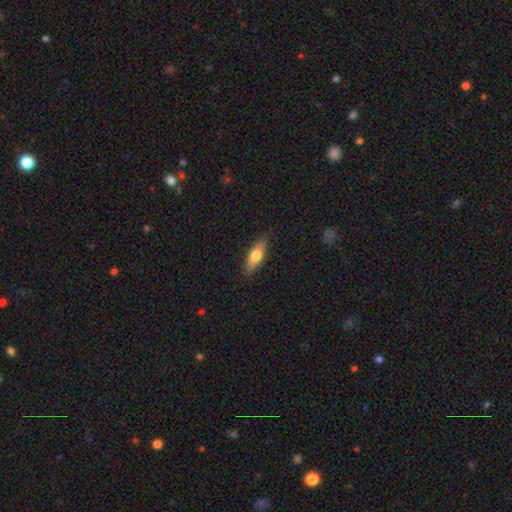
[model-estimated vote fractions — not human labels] This appears to be a smooth galaxy with no disk features (63%) that is in between round and cigar-shaped (52%). Merging: none (86%).